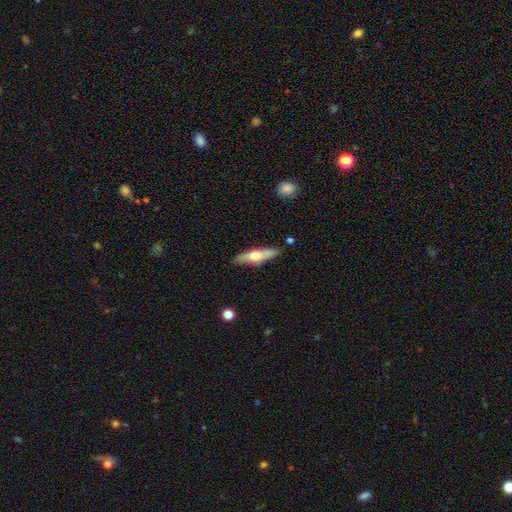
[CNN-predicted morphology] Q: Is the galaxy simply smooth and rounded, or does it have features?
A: smooth — 47%, tied with featured or disk.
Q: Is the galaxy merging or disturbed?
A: none — 85%.